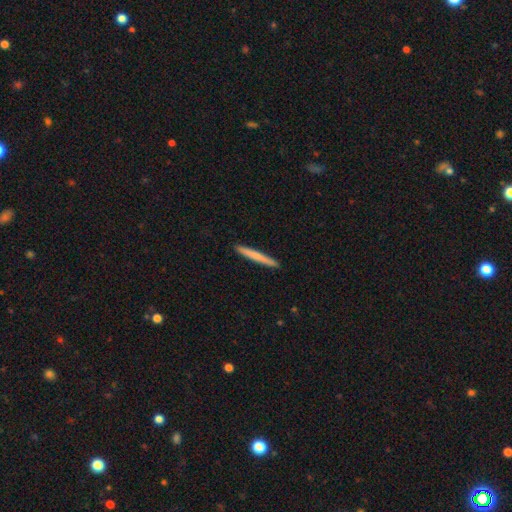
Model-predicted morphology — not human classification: smooth 67%, featured or disk 28%, star or artifact 5%. Down the decision tree: how rounded — cigar-shaped (97%); merging — none (93%).